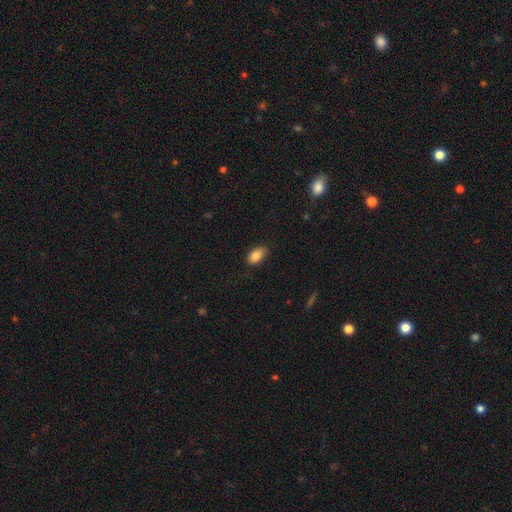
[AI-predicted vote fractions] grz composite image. It shows a smooth galaxy with no disk features (85%) that is in between round and cigar-shaped (91%). Merging: none (81%).